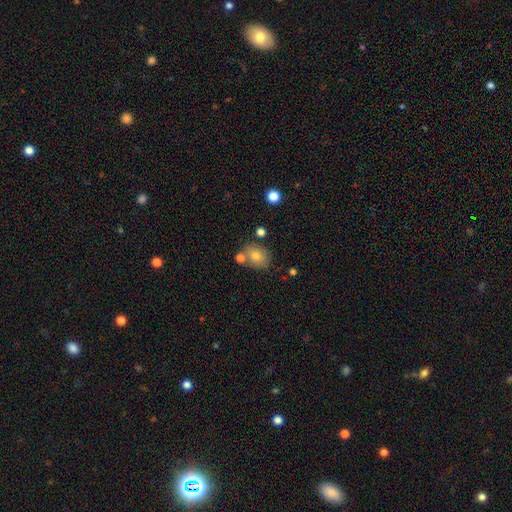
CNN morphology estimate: Overall: smooth (76%). How rounded: in between (53%; round 46%). Merging: none (68%).